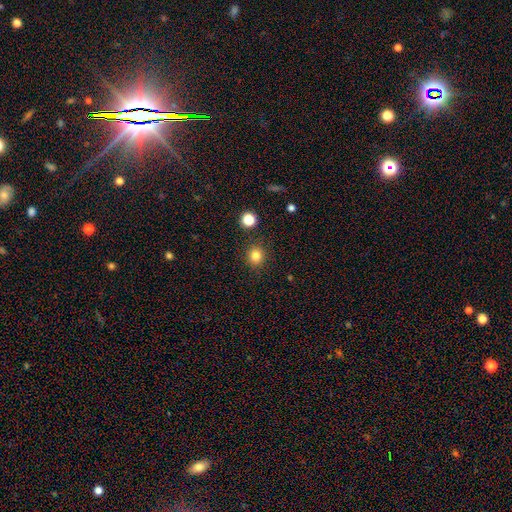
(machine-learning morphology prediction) The model was most divided on "smooth or featured": smooth: 82%, star or artifact: 13%, featured or disk: 5%. More confident: merging — none (89%); how rounded — round (87%).